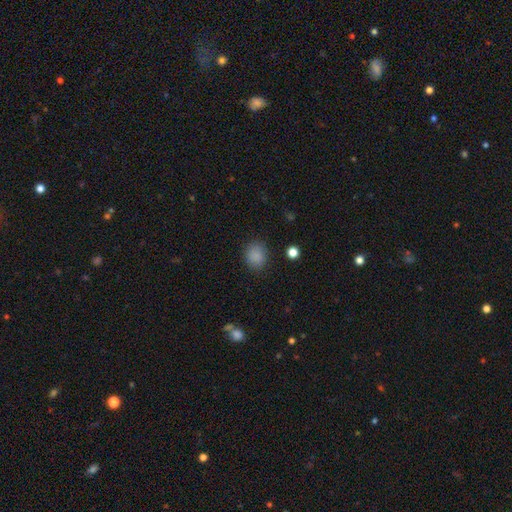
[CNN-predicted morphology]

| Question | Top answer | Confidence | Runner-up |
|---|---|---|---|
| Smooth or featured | smooth | 86% | star or artifact (10%) |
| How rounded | round | 67% | in between (32%) |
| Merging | none | 84% | minor disturbance (11%) |